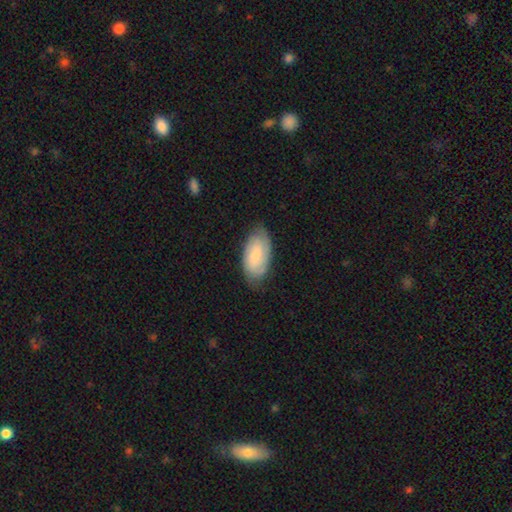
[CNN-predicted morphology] Smooth or featured? smooth (58%)
How rounded? in between (93%)
Merging? none (74%)